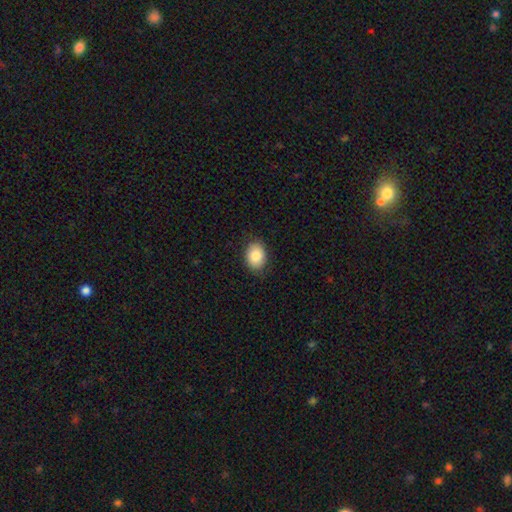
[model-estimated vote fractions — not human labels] Overall: smooth (84%). How rounded: in between (67%; round 32%). Merging: none (84%).